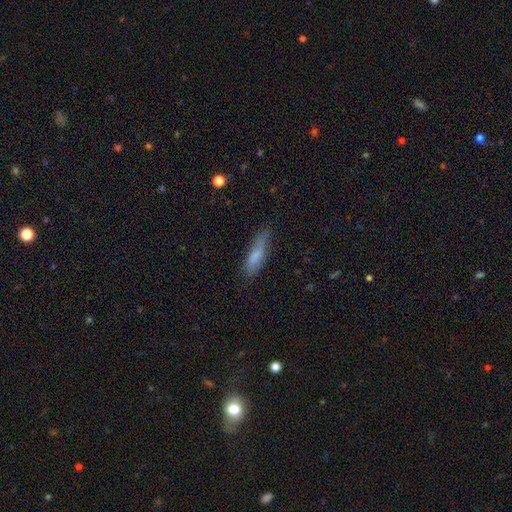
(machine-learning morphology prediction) Smooth or featured? Predicted: smooth (p=0.76). How rounded? Predicted: cigar-shaped (p=0.61). Merging? Predicted: none (p=0.65).